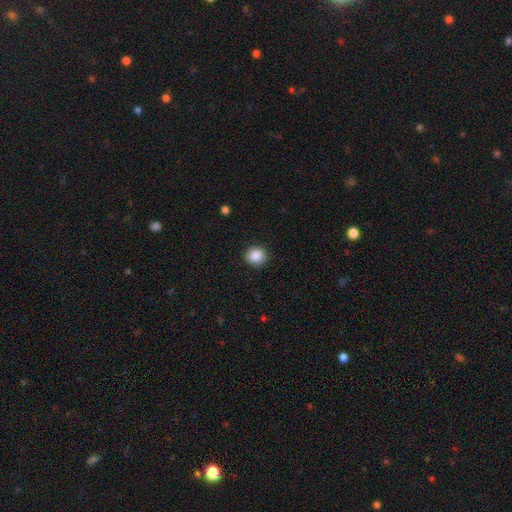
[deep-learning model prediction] Smooth or featured? smooth (87%)
How rounded? round (87%)
Merging? none (90%)